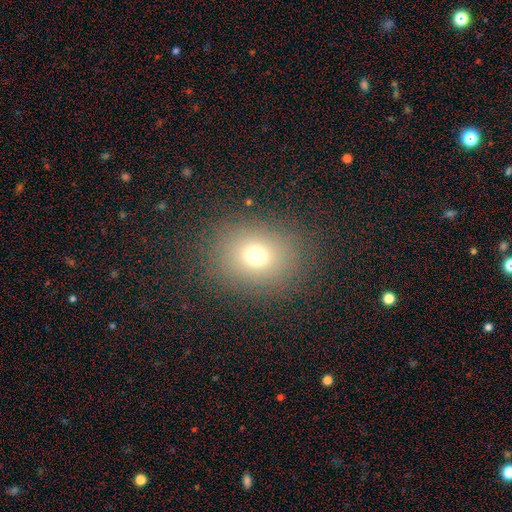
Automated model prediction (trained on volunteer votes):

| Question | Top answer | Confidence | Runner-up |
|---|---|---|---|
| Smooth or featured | smooth | 72% | star or artifact (18%) |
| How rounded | round | 62% | in between (37%) |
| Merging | none | 86% | minor disturbance (8%) |